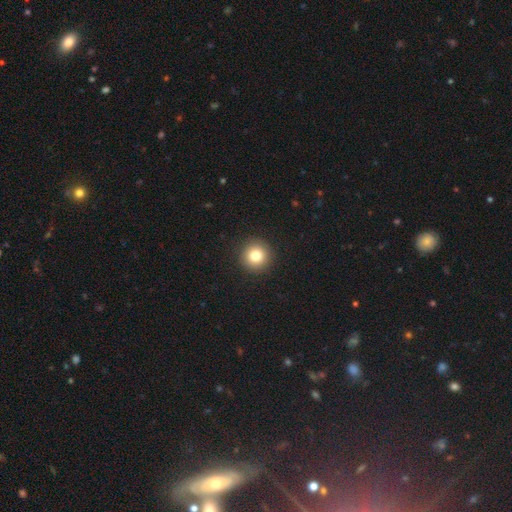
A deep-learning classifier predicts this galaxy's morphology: smooth 80%, star or artifact 12%, featured or disk 9%. Down the decision tree: how rounded — round (95%); merging — none (93%).